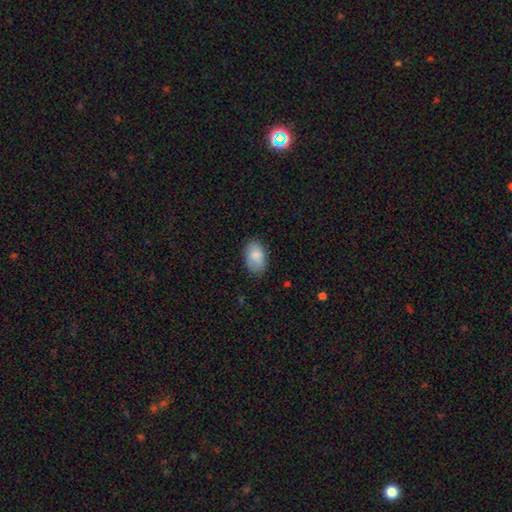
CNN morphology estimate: type=smooth (85%); roundness=in between (91%); merging=none (76%).